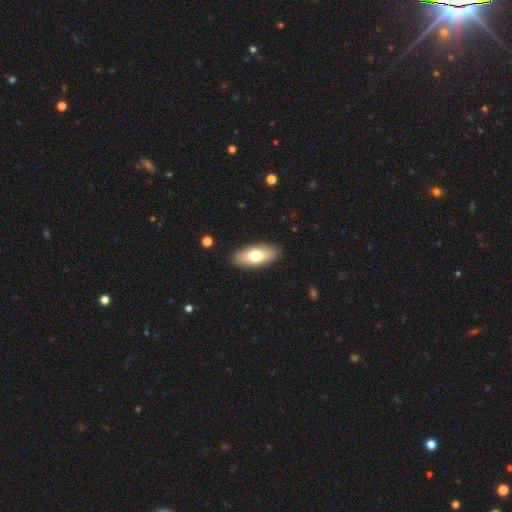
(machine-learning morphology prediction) This appears to be a smooth galaxy with no disk features (70%) that is in between round and cigar-shaped (85%). Merging: none (89%).